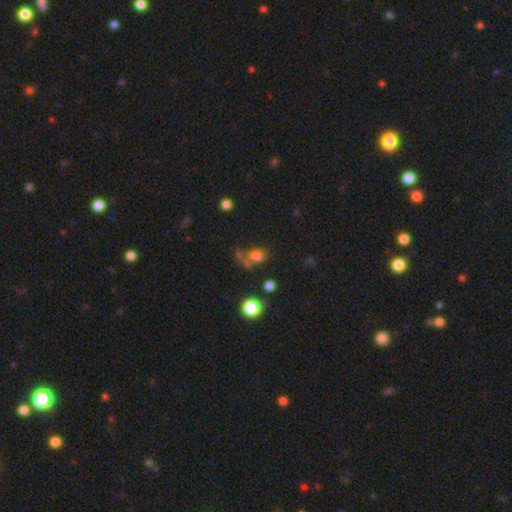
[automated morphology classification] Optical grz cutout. It shows a smooth galaxy with no disk features (66%) that is in between round and cigar-shaped (52%). Merging: none (34%).